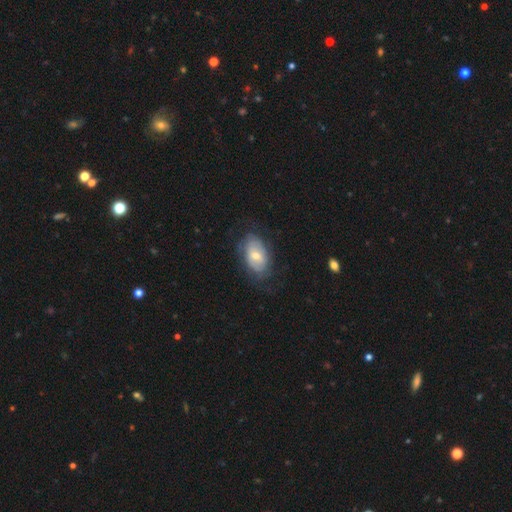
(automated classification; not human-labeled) This appears to be a featured or disk galaxy (56%) with no bar (56%), spiral arms (62%) and a moderate central bulge (56%). Merging: none (68%).